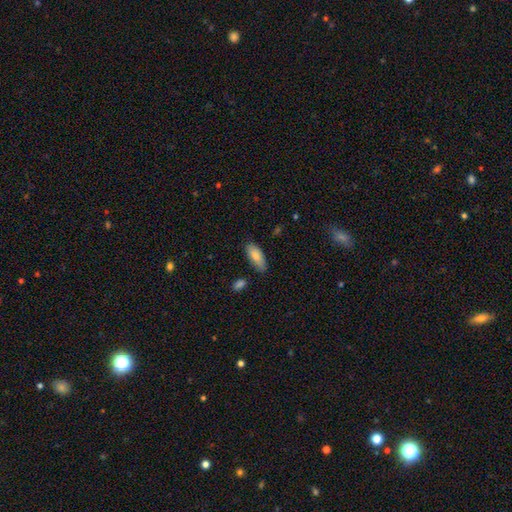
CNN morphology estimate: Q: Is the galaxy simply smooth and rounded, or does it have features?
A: smooth — 80%.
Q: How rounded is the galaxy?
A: in between — 83%.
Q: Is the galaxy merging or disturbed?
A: none — 75%.